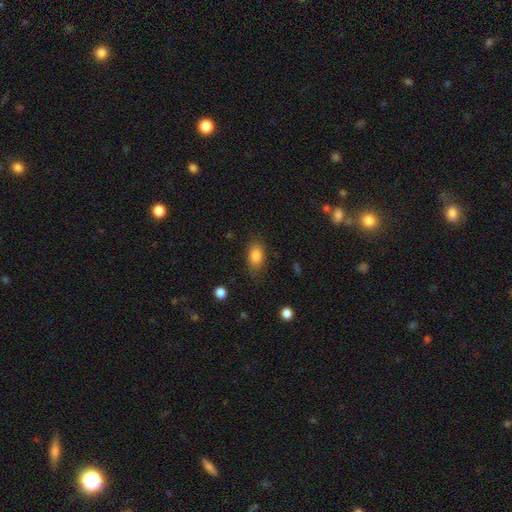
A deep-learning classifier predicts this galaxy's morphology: A smooth galaxy with no disk features (84%) that is in between round and cigar-shaped (86%).

Vote fractions:
- Smooth or featured? smooth: 84% / star or artifact: 9% / featured or disk: 8%
- How rounded? in between: 86% / round: 10% / cigar-shaped: 4%
- Merging? none: 78% / minor disturbance: 16% / major disturbance: 4% / merger: 1%